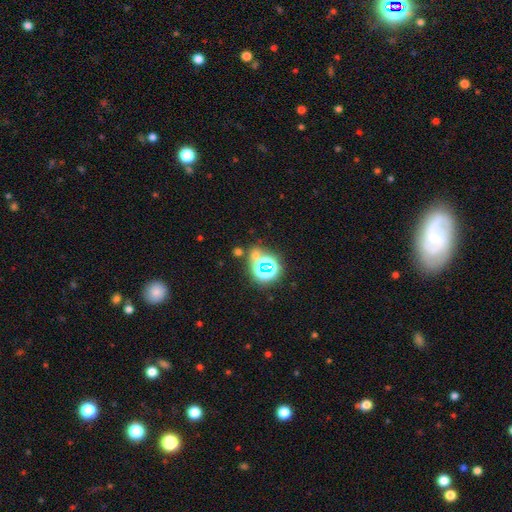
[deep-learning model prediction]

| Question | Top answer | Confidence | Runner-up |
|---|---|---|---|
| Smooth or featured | star or artifact | 57% | smooth (33%) |